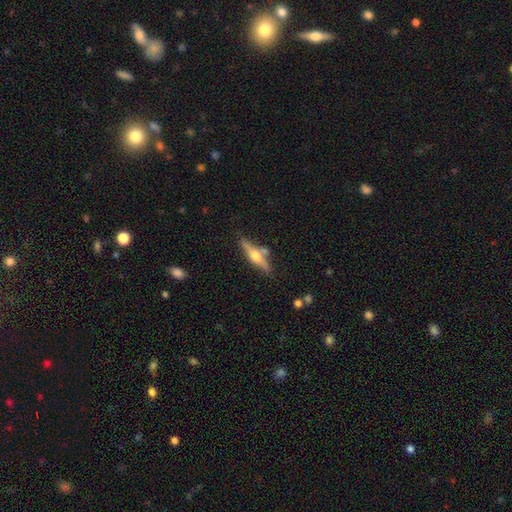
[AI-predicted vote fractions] This appears to be a featured or disk galaxy (60%) viewed edge-on (94%) with a rounded central bulge (93%). Merging: none (73%).